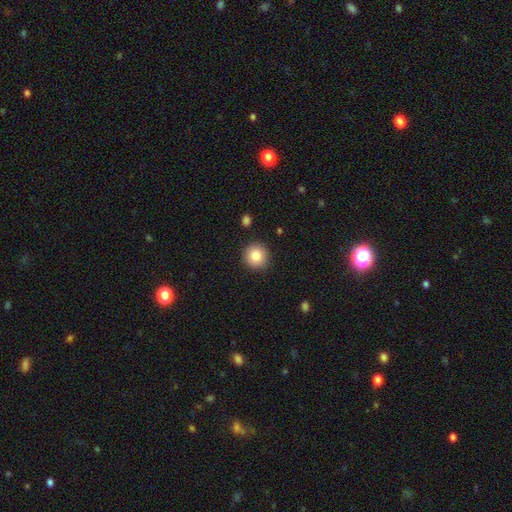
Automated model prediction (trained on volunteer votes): smooth_or_featured: smooth (p=0.84) [alt: star or artifact p=0.09]
how_rounded: round (p=0.93) [alt: in between p=0.06]
merging: none (p=0.90) [alt: minor disturbance p=0.07]